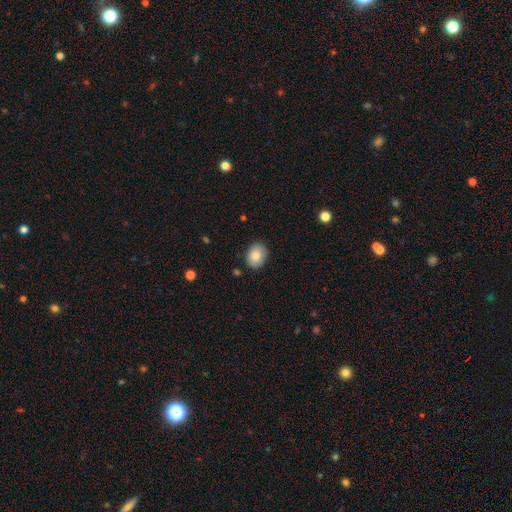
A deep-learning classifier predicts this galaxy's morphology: Smooth or featured? smooth (84%)
How rounded? in between (69%)
Merging? none (86%)